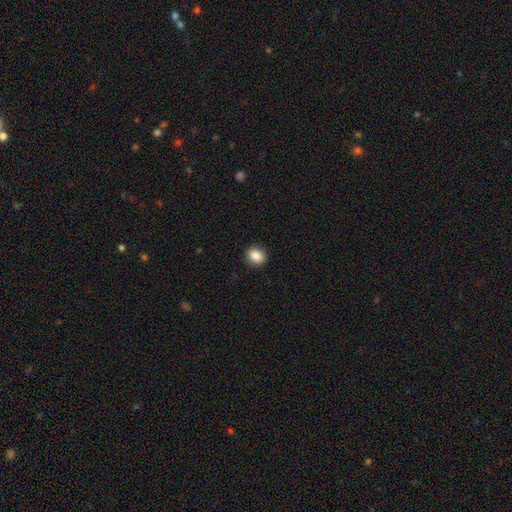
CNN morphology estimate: Q: Smooth or featured?
A: smooth (86%); runner-up: star or artifact (9%)
Q: How rounded?
A: round (62%); runner-up: in between (37%)
Q: Merging?
A: none (91%); runner-up: minor disturbance (7%)